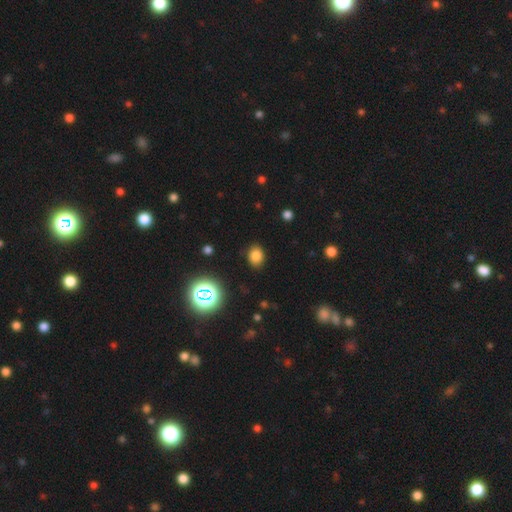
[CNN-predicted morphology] Overall: smooth (77%). How rounded: in between (58%; round 41%). Merging: none (85%).